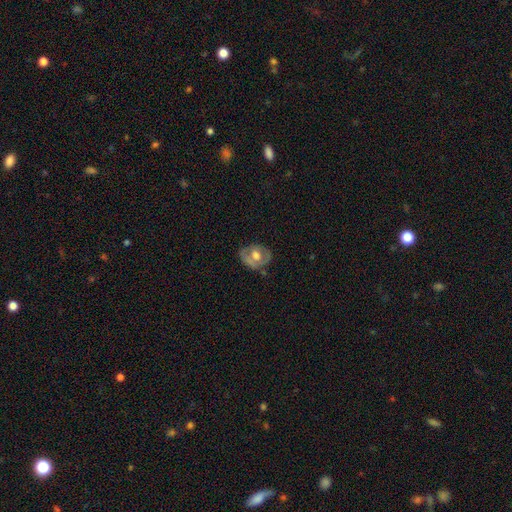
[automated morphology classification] Q: Smooth or featured?
A: featured or disk (54%); runner-up: smooth (40%)
Q: Edge-on disk?
A: no (95%); runner-up: yes (5%)
Q: Bar?
A: no (73%); runner-up: weak (21%)
Q: Spiral arms?
A: no (68%); runner-up: yes (32%)
Q: Bulge size?
A: moderate (59%); runner-up: large (30%)
Q: Merging?
A: none (63%); runner-up: minor disturbance (25%)